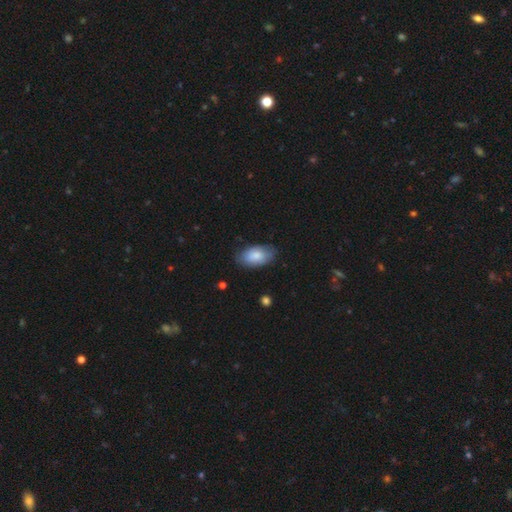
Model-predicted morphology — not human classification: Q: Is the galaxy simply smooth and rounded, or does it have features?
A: smooth — 78%.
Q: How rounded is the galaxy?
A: in between — 94%.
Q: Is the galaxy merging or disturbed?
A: none — 73%.